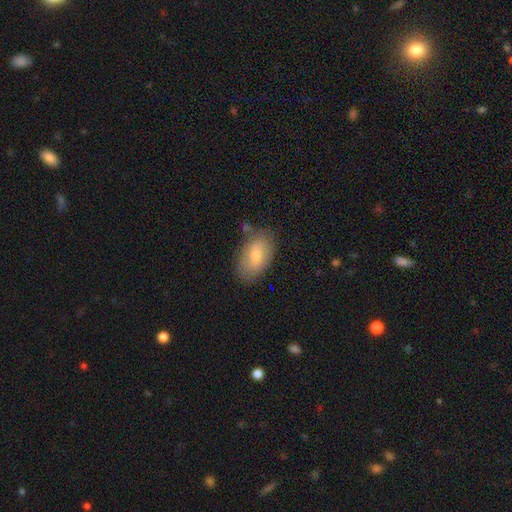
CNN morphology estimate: Smooth or featured: smooth — 73% (featured or disk — 20%)
How rounded: in between — 92% (round — 6%)
Merging: none — 71% (minor disturbance — 20%)